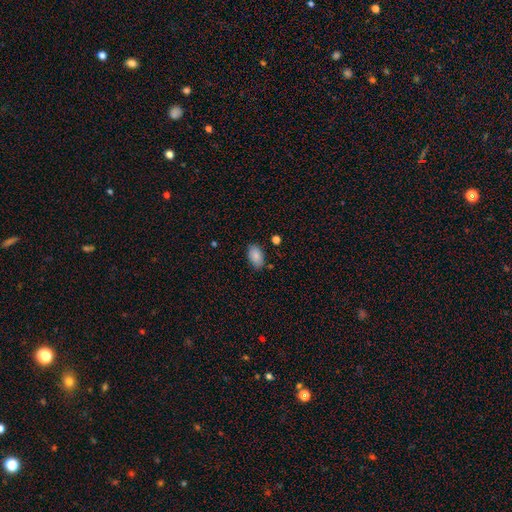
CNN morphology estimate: smooth-or-featured: smooth: 86% | star or artifact: 7% | featured or disk: 6%
  how-rounded: in between: 92% | round: 6% | cigar-shaped: 1%
  merging: none: 81% | minor disturbance: 14% | major disturbance: 3% | merger: 3%